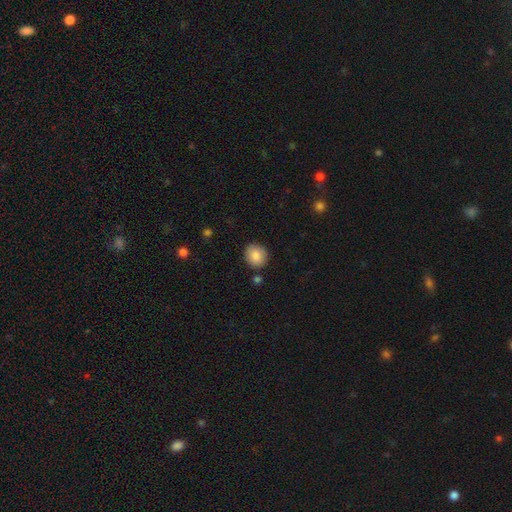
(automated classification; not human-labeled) This appears to be a smooth galaxy with no disk features (87%) that is round (84%). Merging: none (86%).